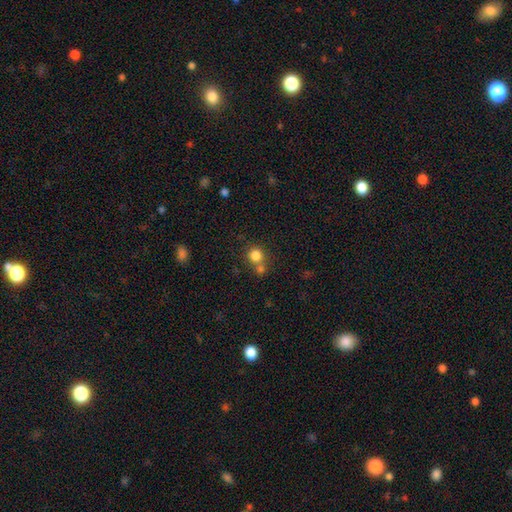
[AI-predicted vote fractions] Smooth or featured: smooth — 82% (star or artifact — 12%)
How rounded: round — 89% (in between — 10%)
Merging: none — 55% (merger — 34%)